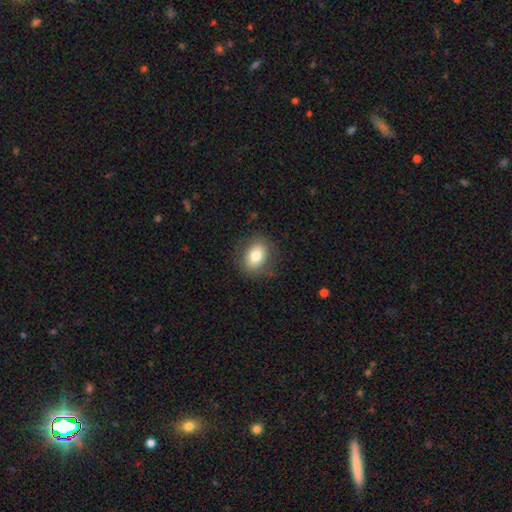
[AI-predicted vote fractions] This appears to be a smooth galaxy with no disk features (78%) that is in between round and cigar-shaped (67%). Merging: none (83%).